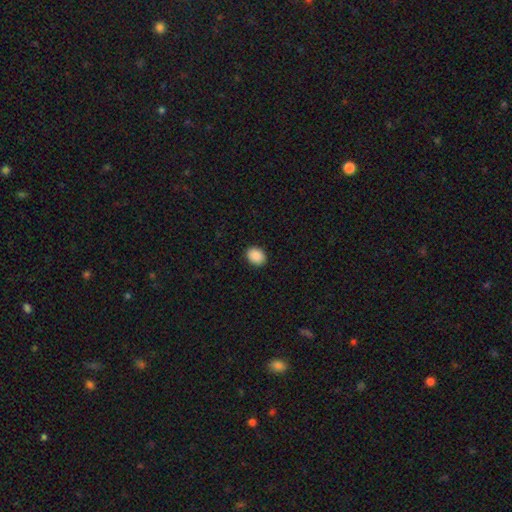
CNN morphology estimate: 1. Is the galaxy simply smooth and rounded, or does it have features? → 90% smooth, 8% star or artifact, 2% featured or disk.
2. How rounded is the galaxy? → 62% in between, 37% round, 1% cigar-shaped.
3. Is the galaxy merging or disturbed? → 91% none, 6% minor disturbance, 2% major disturbance, 1% merger.